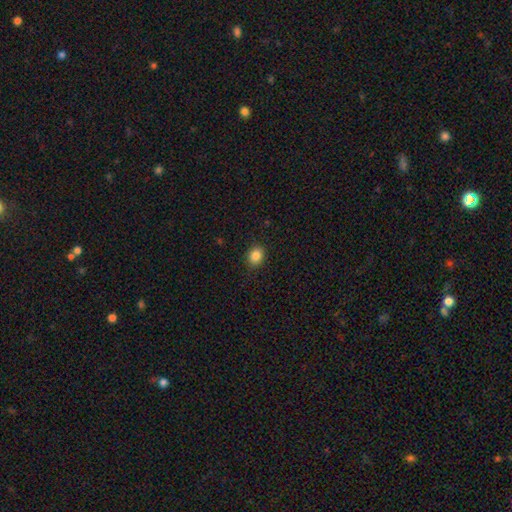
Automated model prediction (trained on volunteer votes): smooth 86%, star or artifact 10%, featured or disk 4%. Down the decision tree: how rounded — round (57%); merging — none (89%).